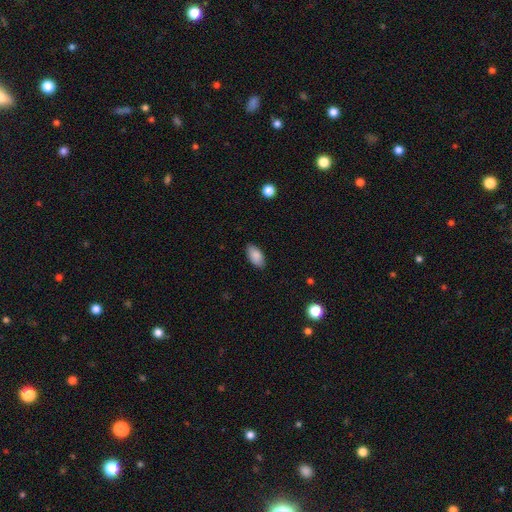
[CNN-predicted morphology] A smooth galaxy with no disk features (87%) that is in between round and cigar-shaped (93%).

Vote fractions:
- Smooth or featured? smooth: 87% / star or artifact: 7% / featured or disk: 6%
- How rounded? in between: 93% / cigar-shaped: 4% / round: 3%
- Merging? none: 86% / minor disturbance: 10% / major disturbance: 2% / merger: 1%